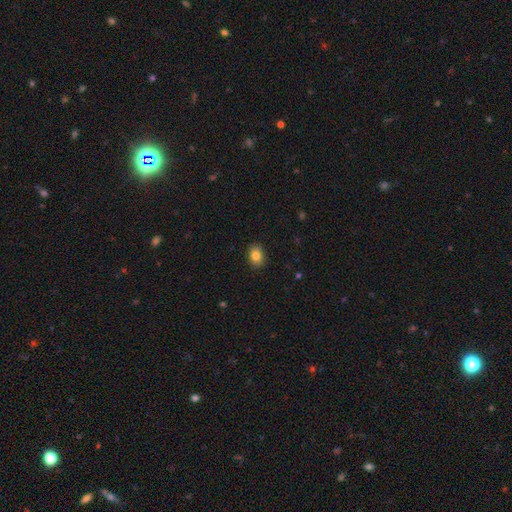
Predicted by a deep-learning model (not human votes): smooth-or-featured: smooth: 83% | star or artifact: 9% | featured or disk: 8%
  how-rounded: in between: 67% | round: 32% | cigar-shaped: 1%
  merging: none: 89% | minor disturbance: 8% | major disturbance: 2% | merger: 1%